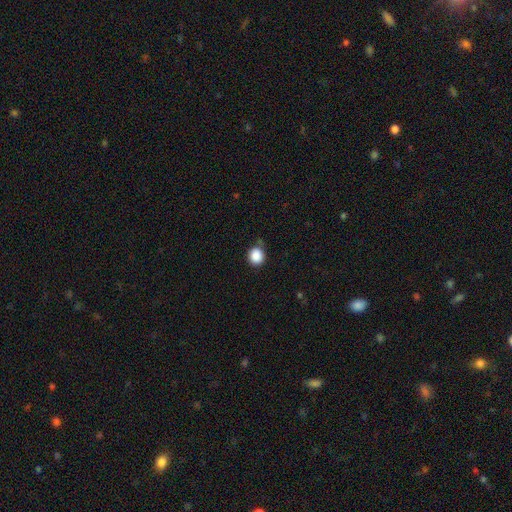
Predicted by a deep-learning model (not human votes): Overall: smooth (88%). How rounded: round (86%). Merging: none (77%).